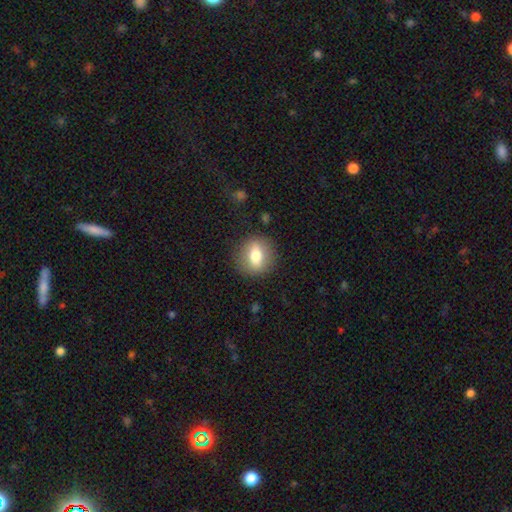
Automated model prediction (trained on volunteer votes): Overall: smooth (67%). How rounded: round (67%; in between 31%). Merging: none (87%).